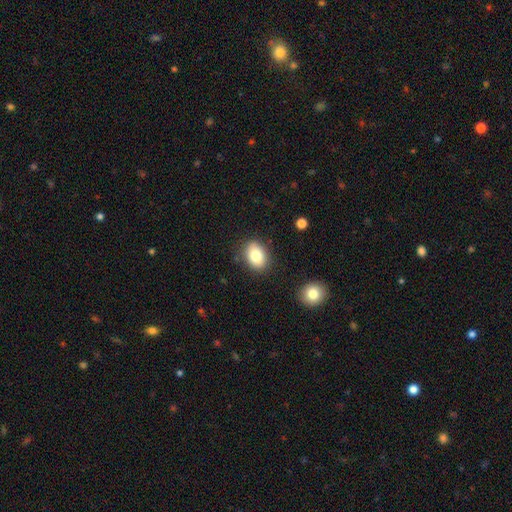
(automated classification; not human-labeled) The model was most divided on "how rounded": in between: 71%, round: 28%, cigar-shaped: 1%. More confident: merging — none (84%); smooth or featured — smooth (81%).